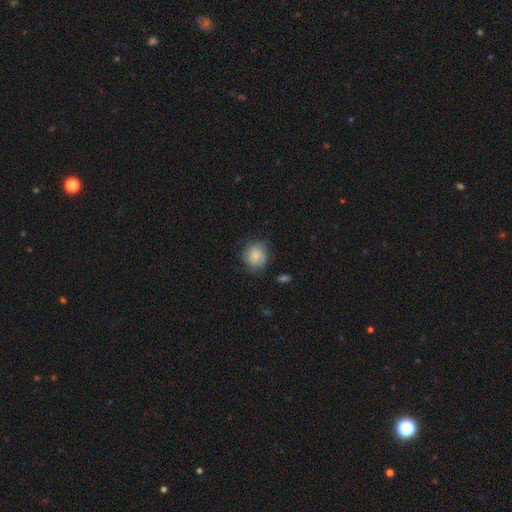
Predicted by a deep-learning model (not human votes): Overall: smooth (68%). How rounded: round (83%). Merging: none (67%).